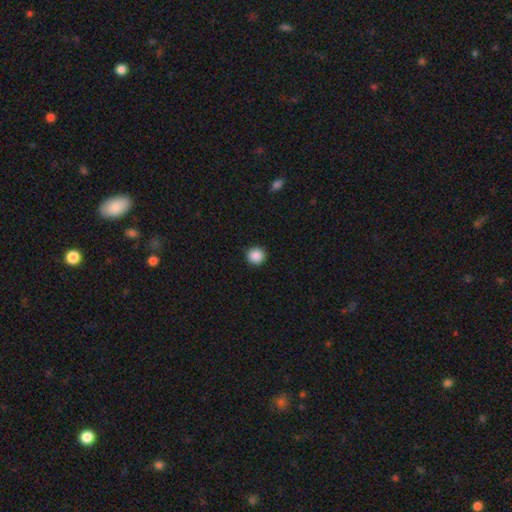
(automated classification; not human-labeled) This appears to be a smooth galaxy with no disk features (89%) that is round (95%). Merging: none (93%).